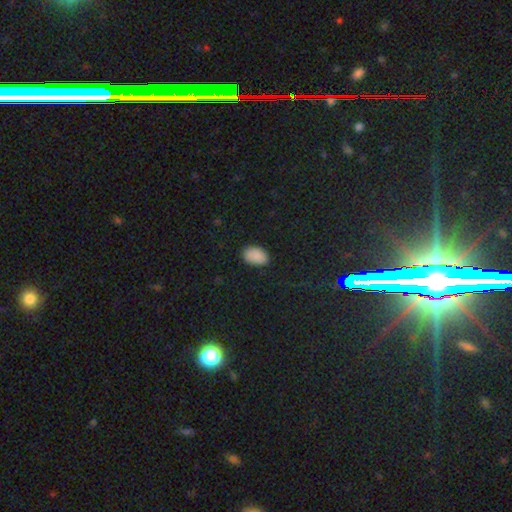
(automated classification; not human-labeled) A smooth galaxy with no disk features (88%) that is in between round and cigar-shaped (92%).

Vote fractions:
- Smooth or featured? smooth: 88% / star or artifact: 9% / featured or disk: 3%
- How rounded? in between: 92% / round: 7% / cigar-shaped: 1%
- Merging? none: 84% / minor disturbance: 12% / major disturbance: 2% / merger: 1%